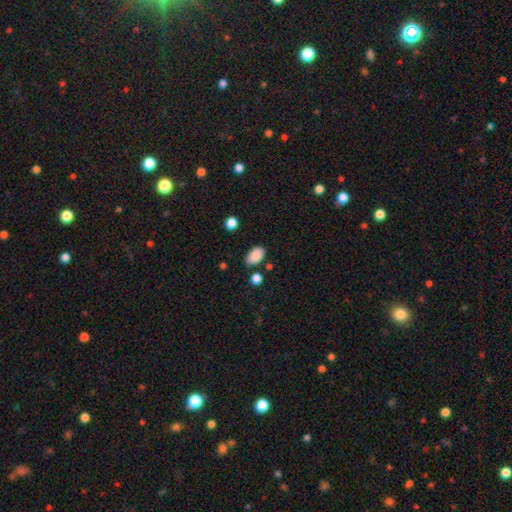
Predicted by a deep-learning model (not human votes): smooth-or-featured: smooth: 87% | star or artifact: 8% | featured or disk: 5%
  how-rounded: in between: 93% | round: 6% | cigar-shaped: 1%
  merging: none: 76% | minor disturbance: 15% | merger: 5% | major disturbance: 3%